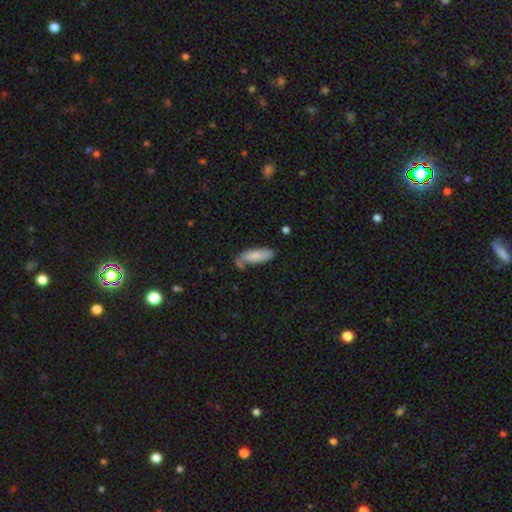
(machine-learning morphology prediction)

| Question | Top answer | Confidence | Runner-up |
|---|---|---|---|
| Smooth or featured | smooth | 78% | featured or disk (16%) |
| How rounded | in between | 67% | cigar-shaped (31%) |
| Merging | none | 55% | minor disturbance (26%) |